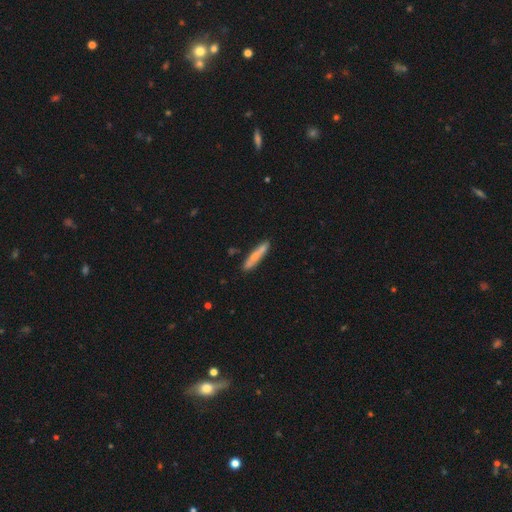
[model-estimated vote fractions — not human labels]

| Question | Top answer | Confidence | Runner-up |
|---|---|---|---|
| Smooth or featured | smooth | 61% | featured or disk (34%) |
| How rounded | cigar-shaped | 92% | in between (6%) |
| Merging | none | 82% | minor disturbance (12%) |